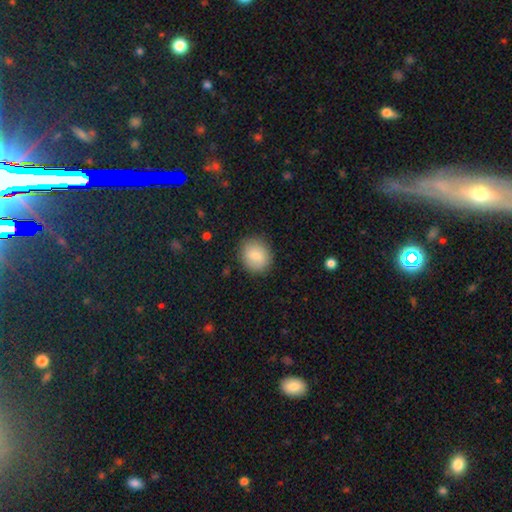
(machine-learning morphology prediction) Smooth or featured?
  - smooth: 79% *
  - featured or disk: 13%
  - star or artifact: 8%
How rounded?
  - round: 71% *
  - in between: 28%
  - cigar-shaped: 1%
Merging?
  - none: 86% *
  - minor disturbance: 10%
  - major disturbance: 3%
  - merger: 1%